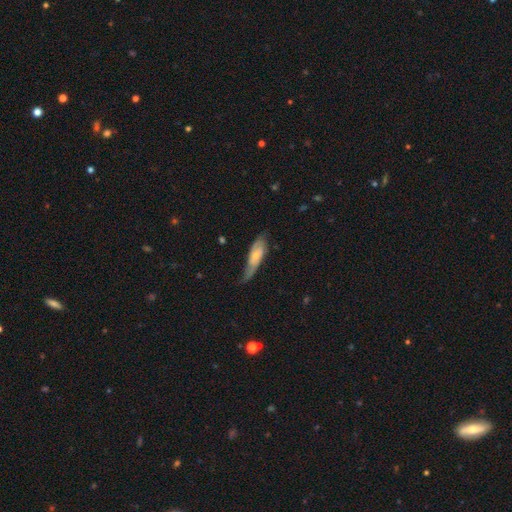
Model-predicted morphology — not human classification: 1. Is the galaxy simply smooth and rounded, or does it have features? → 49% featured or disk, 45% smooth, 6% star or artifact.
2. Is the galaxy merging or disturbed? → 42% none, 36% minor disturbance, 19% major disturbance, 2% merger.